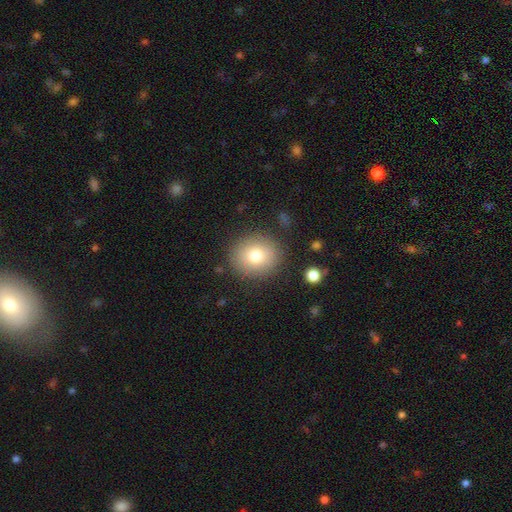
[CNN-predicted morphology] This is likely a smooth galaxy (78%). How rounded: likely round (76%). Merging: clearly none (86%).